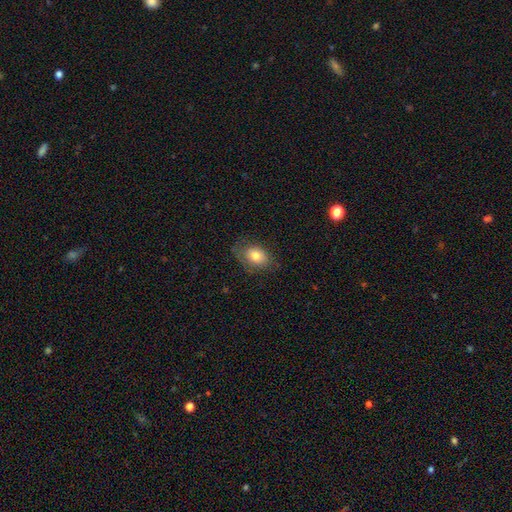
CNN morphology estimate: This appears to be a smooth galaxy with no disk features (74%) that is in between round and cigar-shaped (77%). Merging: none (66%).